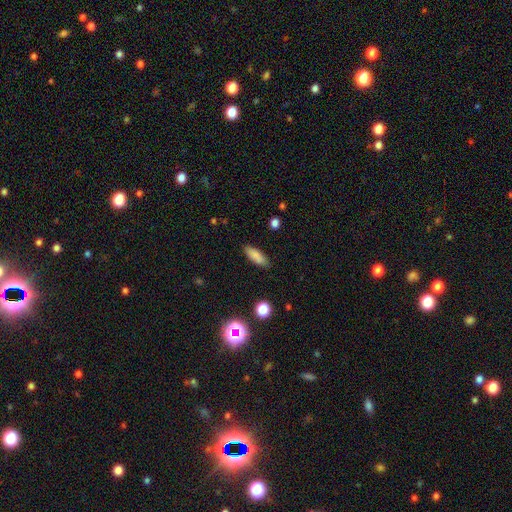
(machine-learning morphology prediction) A smooth galaxy with no disk features (84%) that is in between round and cigar-shaped (58%). Merging: none (86%).